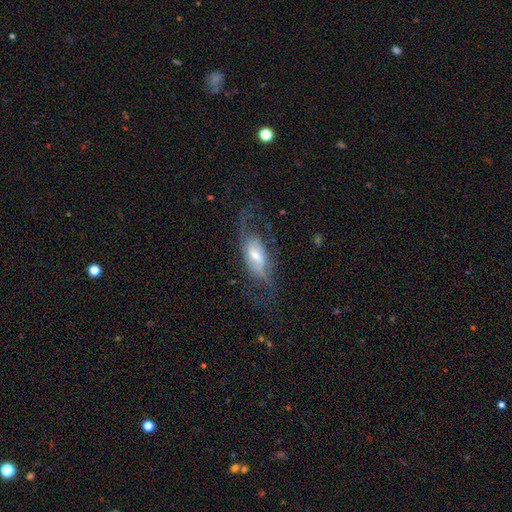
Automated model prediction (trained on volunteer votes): A featured or disk galaxy (66%) with a weak bar (45%), spiral arms (77%) and a moderate central bulge (51%).

Vote fractions:
- Smooth or featured? featured or disk: 66% / smooth: 26% / star or artifact: 8%
- Edge-on disk? no: 82% / yes: 18%
- Bar? weak: 45% / no: 36% / strong: 19%
- Spiral arms? yes: 77% / no: 23%
- Bulge size? moderate: 51% / small: 27% / large: 15% / none: 5% / dominant: 2%
- Merging? none: 46% / major disturbance: 32% / minor disturbance: 20% / merger: 2%